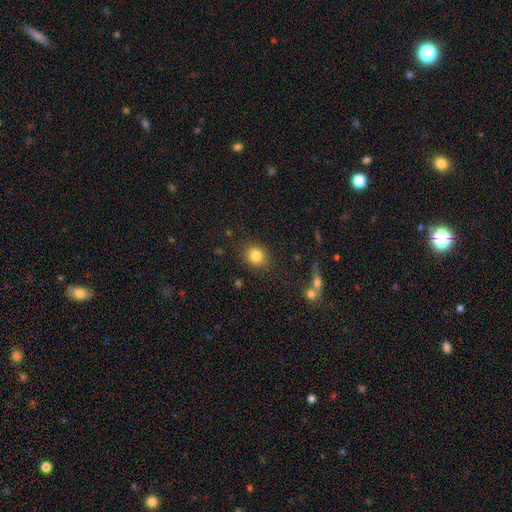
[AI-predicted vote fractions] smooth_or_featured: smooth (p=0.83) [alt: star or artifact p=0.11]
how_rounded: round (p=0.78) [alt: in between p=0.21]
merging: none (p=0.85) [alt: minor disturbance p=0.09]